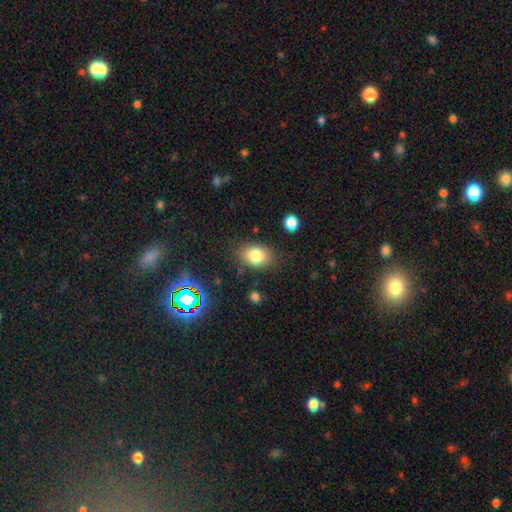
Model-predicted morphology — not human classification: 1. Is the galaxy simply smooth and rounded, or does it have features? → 80% smooth, 11% star or artifact, 10% featured or disk.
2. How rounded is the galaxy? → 73% in between, 26% round, 1% cigar-shaped.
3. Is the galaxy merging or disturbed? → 81% none, 13% minor disturbance, 4% major disturbance, 2% merger.